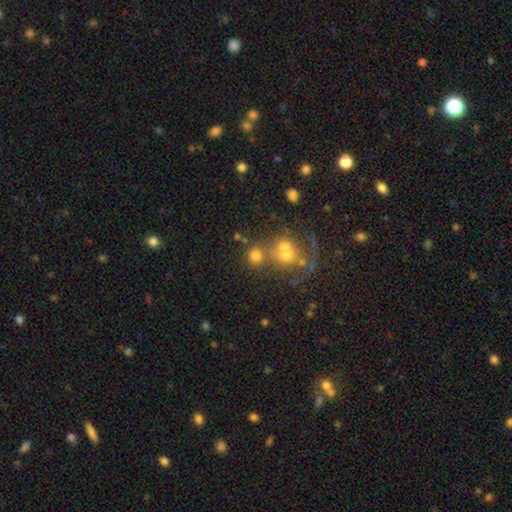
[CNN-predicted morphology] Smooth or featured? Predicted: smooth (p=0.69). How rounded? Predicted: round (p=0.83). Merging? Predicted: none (p=0.52).